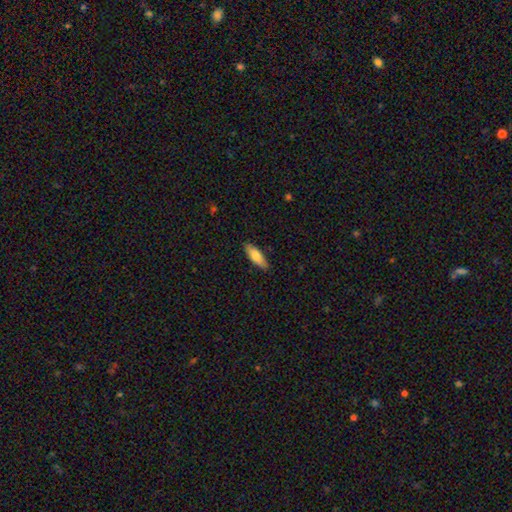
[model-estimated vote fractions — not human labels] smooth_or_featured: smooth (p=0.77) [alt: featured or disk p=0.18]
how_rounded: in between (p=0.63) [alt: cigar-shaped p=0.35]
merging: none (p=0.85) [alt: minor disturbance p=0.11]